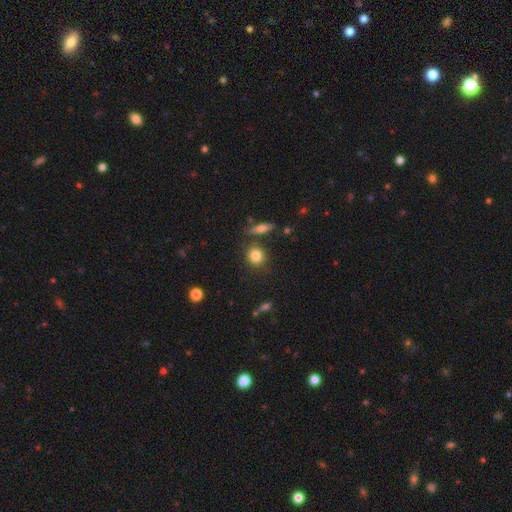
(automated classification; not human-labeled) Smooth or featured: smooth — 82% (star or artifact — 10%)
How rounded: round — 81% (in between — 16%)
Merging: none — 78% (minor disturbance — 10%)